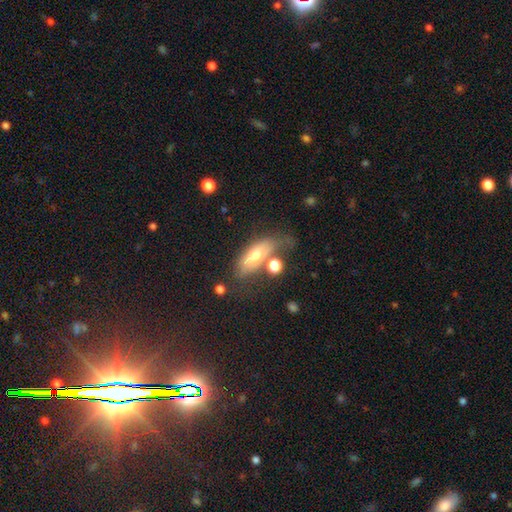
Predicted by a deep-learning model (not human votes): This appears to be a smooth galaxy with no disk features (60%) that is in between round and cigar-shaped (70%). Merging: none (47%).